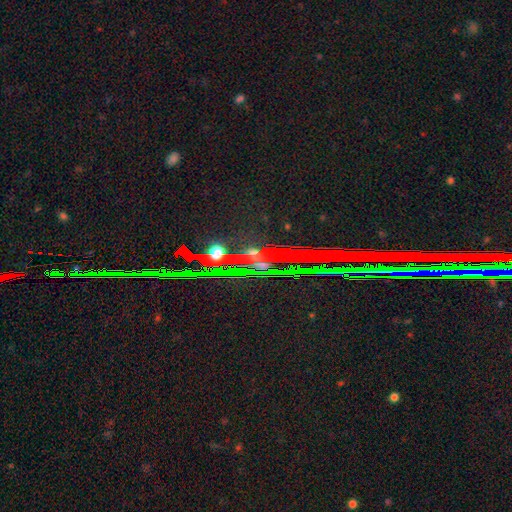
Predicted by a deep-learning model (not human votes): Smooth or featured? star or artifact (83%)